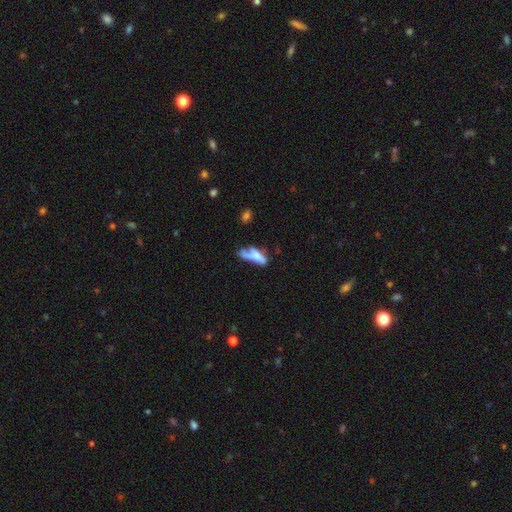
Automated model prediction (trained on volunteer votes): A smooth galaxy with no disk features (58%) that is in between round and cigar-shaped (58%).

Vote fractions:
- Smooth or featured? smooth: 58% / featured or disk: 33% / star or artifact: 9%
- How rounded? in between: 58% / cigar-shaped: 40% / round: 3%
- Merging? major disturbance: 29% / none: 27% / minor disturbance: 23% / merger: 20%